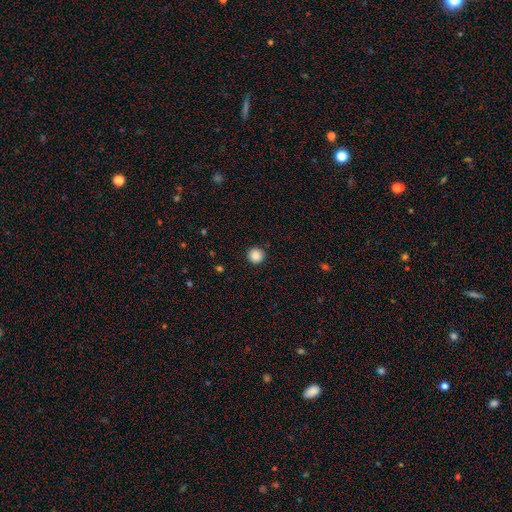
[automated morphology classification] Smooth or featured? smooth (88%)
How rounded? round (95%)
Merging? none (91%)